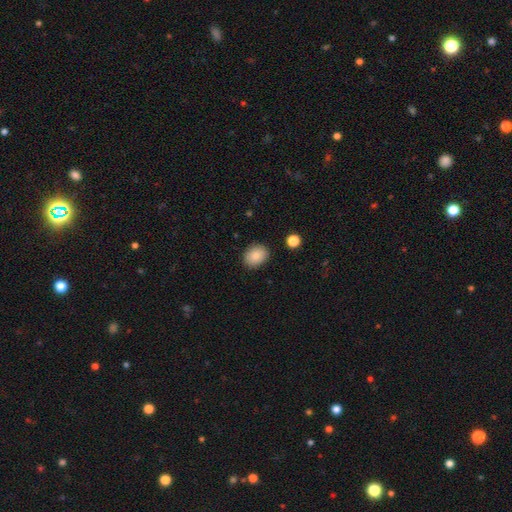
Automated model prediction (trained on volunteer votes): This appears to be a smooth galaxy with no disk features (88%) that is in between round and cigar-shaped (60%). Merging: none (87%).